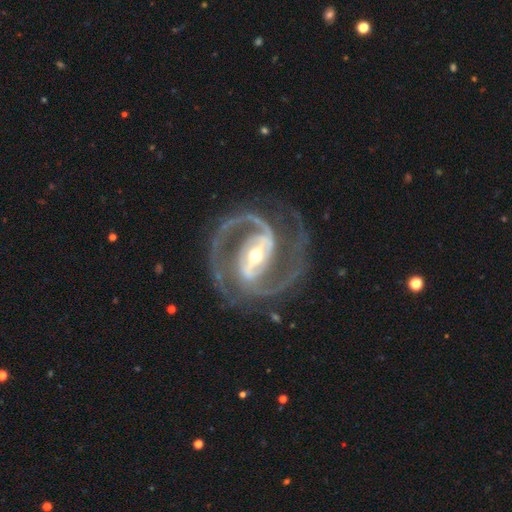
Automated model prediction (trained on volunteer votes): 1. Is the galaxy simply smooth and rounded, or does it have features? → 94% featured or disk, 4% star or artifact, 2% smooth.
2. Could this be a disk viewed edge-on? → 97% no, 3% yes.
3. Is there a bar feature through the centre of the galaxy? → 66% strong, 26% weak, 8% no.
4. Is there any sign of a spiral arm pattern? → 98% yes, 2% no.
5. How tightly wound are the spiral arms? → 61% medium, 27% tight, 12% loose.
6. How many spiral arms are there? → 87% 2, 6% 3, 2% can't tell, 2% 1, 2% 4, 2% more than 4.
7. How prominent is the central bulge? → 51% moderate, 43% small, 5% large, 1% dominant, 1% none.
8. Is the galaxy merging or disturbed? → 75% none, 14% minor disturbance, 10% major disturbance, 2% merger.